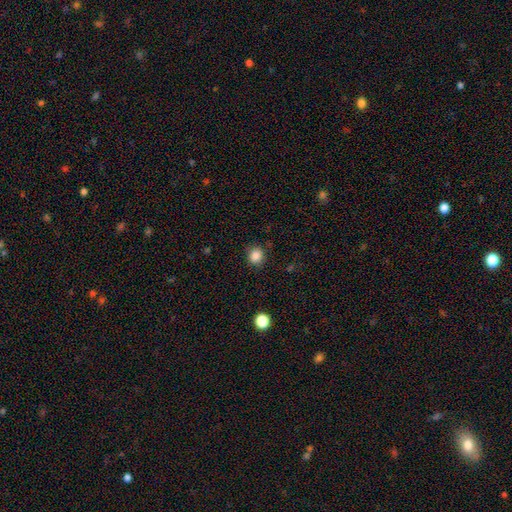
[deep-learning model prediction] Smooth or featured? Predicted: smooth (p=0.85). How rounded? Predicted: round (p=0.83). Merging? Predicted: none (p=0.87).